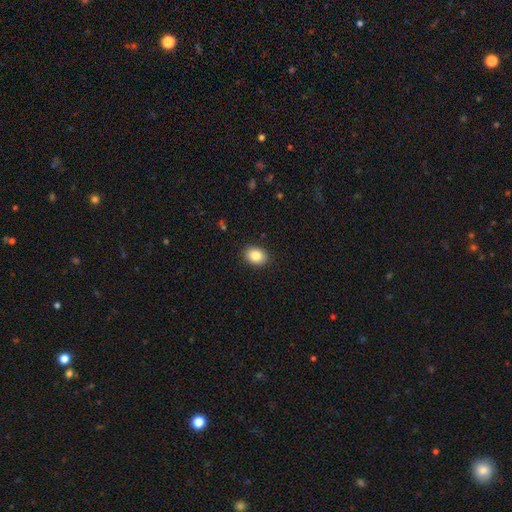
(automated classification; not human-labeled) A smooth galaxy with no disk features (86%) that is in between round and cigar-shaped (64%).

Vote fractions:
- Smooth or featured? smooth: 86% / star or artifact: 8% / featured or disk: 6%
- How rounded? in between: 64% / round: 35% / cigar-shaped: 1%
- Merging? none: 90% / minor disturbance: 7% / major disturbance: 2% / merger: 1%